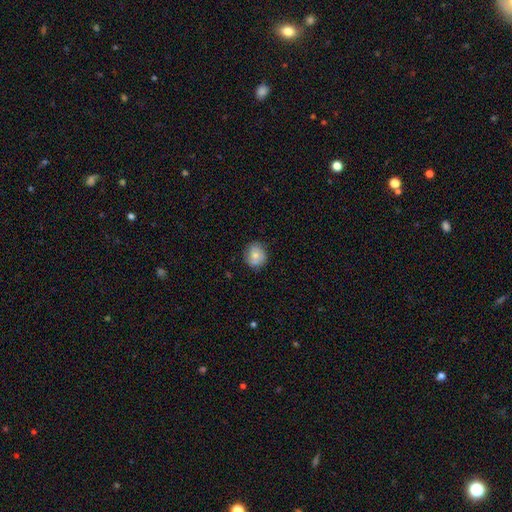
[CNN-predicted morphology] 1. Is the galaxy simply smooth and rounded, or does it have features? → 72% smooth, 20% featured or disk, 9% star or artifact.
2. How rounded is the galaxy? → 81% round, 18% in between, 1% cigar-shaped.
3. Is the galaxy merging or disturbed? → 76% none, 16% minor disturbance, 5% merger, 3% major disturbance.